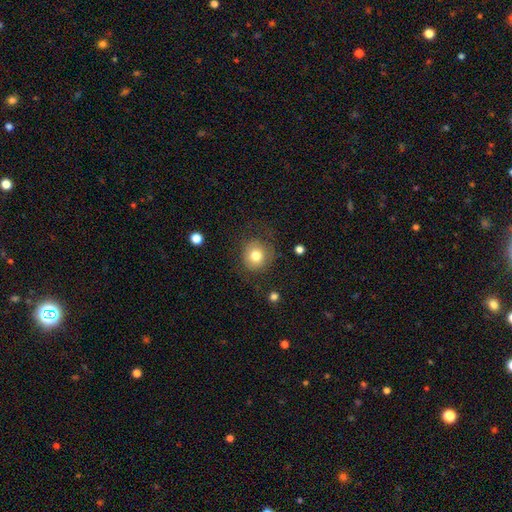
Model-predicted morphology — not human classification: This appears to be a smooth galaxy with no disk features (78%) that is round (86%). Merging: none (73%).